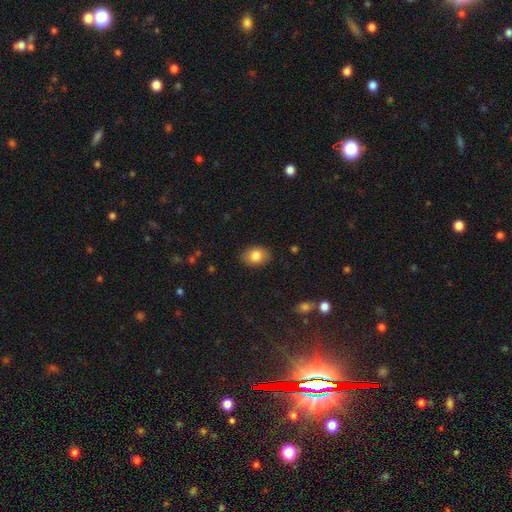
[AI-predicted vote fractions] Smooth or featured: smooth — 84% (featured or disk — 9%)
How rounded: in between — 75% (round — 24%)
Merging: none — 86% (minor disturbance — 10%)